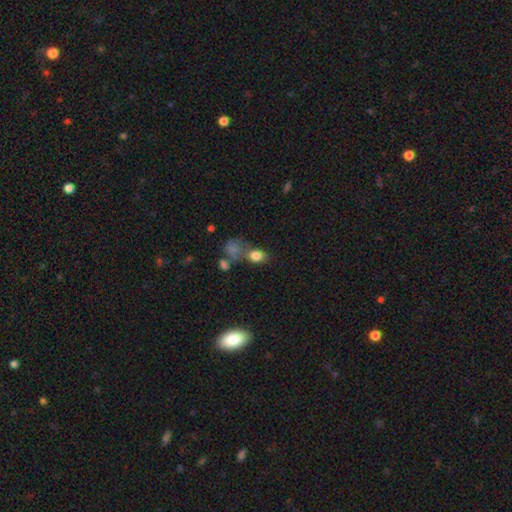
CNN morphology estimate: Smooth or featured? Predicted: smooth (p=0.79). How rounded? Predicted: in between (p=0.71). Merging? Predicted: none (p=0.47).